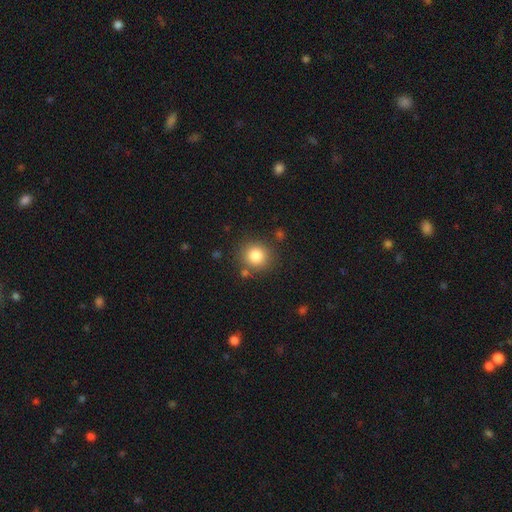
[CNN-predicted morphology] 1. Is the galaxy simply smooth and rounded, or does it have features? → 83% smooth, 11% star or artifact, 7% featured or disk.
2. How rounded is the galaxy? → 89% round, 10% in between, 1% cigar-shaped.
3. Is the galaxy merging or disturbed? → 83% none, 9% minor disturbance, 5% merger, 3% major disturbance.